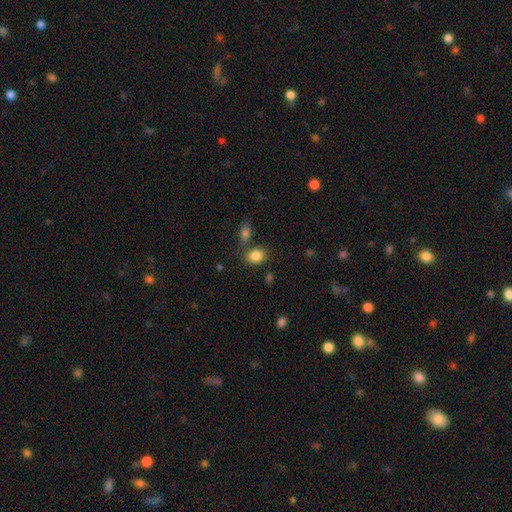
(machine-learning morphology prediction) A smooth galaxy with no disk features (85%) that is round (53%).

Vote fractions:
- Smooth or featured? smooth: 85% / star or artifact: 9% / featured or disk: 6%
- How rounded? round: 53% / in between: 46% / cigar-shaped: 1%
- Merging? none: 68% / merger: 15% / minor disturbance: 12% / major disturbance: 4%